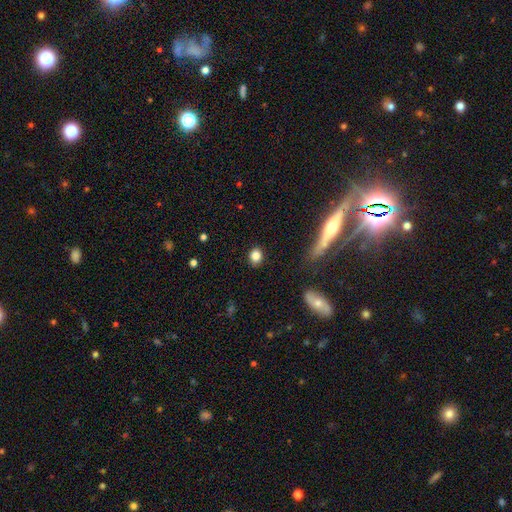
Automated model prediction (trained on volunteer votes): smooth 84%, star or artifact 10%, featured or disk 6%. Down the decision tree: how rounded — round (64%); merging — none (88%).